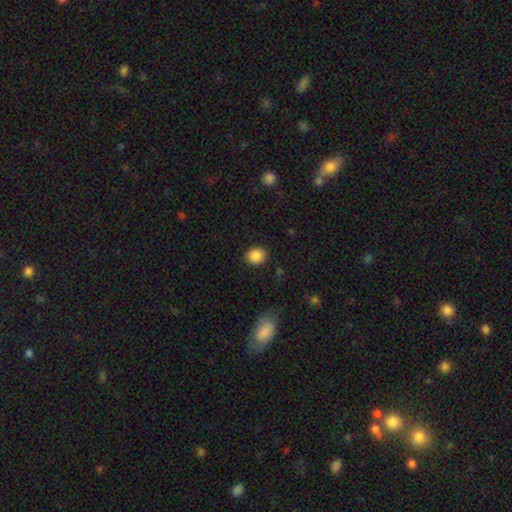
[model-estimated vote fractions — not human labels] The model was most divided on "how rounded": round: 76%, in between: 23%, cigar-shaped: 1%. More confident: merging — none (88%); smooth or featured — smooth (88%).